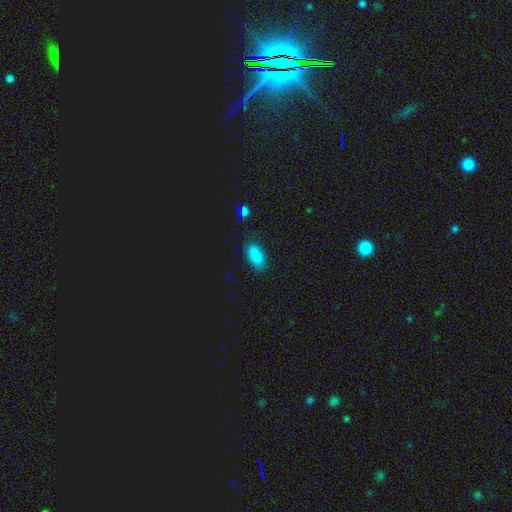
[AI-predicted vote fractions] Morphology: type=smooth (83%); roundness=in between (90%); merging=none (81%).